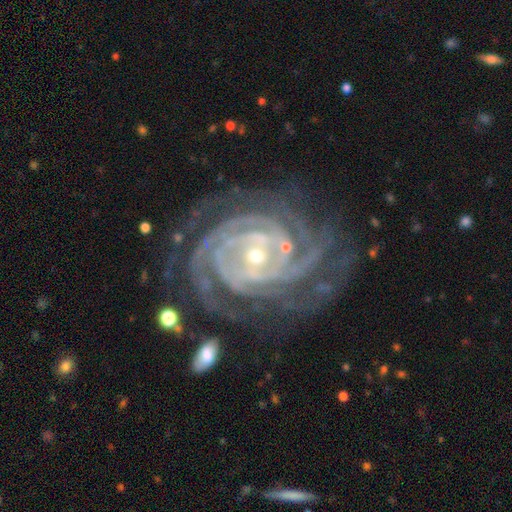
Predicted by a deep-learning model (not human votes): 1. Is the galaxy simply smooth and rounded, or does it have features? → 93% featured or disk, 4% star or artifact, 2% smooth.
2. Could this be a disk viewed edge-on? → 98% no, 2% yes.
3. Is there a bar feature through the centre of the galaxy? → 47% no, 32% weak, 21% strong.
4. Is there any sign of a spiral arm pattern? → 99% yes, 1% no.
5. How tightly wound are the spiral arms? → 82% tight, 16% medium, 2% loose.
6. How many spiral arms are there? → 32% 4, 18% 3, 16% more than 4, 14% can't tell, 12% 2, 7% 1.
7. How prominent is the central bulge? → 69% small, 28% moderate, 1% large, 1% none, 1% dominant.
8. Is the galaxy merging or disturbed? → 71% none, 17% minor disturbance, 9% major disturbance, 3% merger.